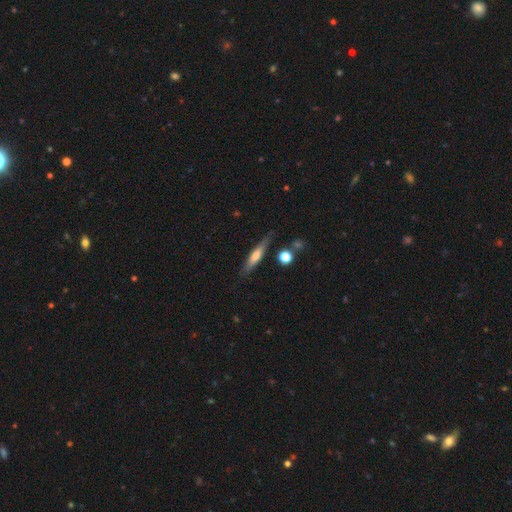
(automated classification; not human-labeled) Q: Smooth or featured?
A: smooth (51%); runner-up: featured or disk (42%)
Q: How rounded?
A: cigar-shaped (85%); runner-up: in between (13%)
Q: Merging?
A: none (76%); runner-up: minor disturbance (16%)